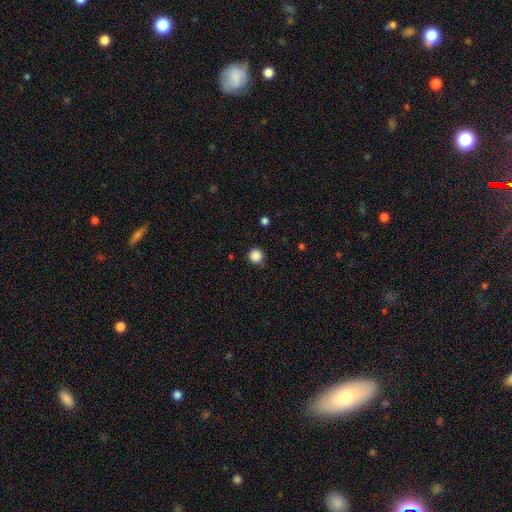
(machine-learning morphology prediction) The model was most divided on "smooth or featured": smooth: 87%, star or artifact: 11%, featured or disk: 3%. More confident: how rounded — round (95%); merging — none (86%).